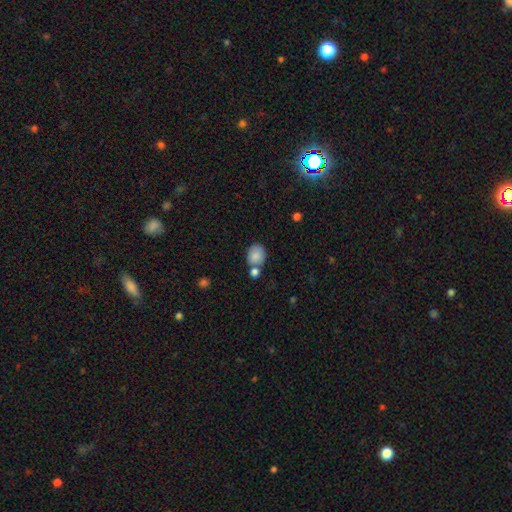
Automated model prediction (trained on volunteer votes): The model was most divided on "how rounded": round: 52%, in between: 47%, cigar-shaped: 1%. More confident: smooth or featured — smooth (85%); merging — none (57%).